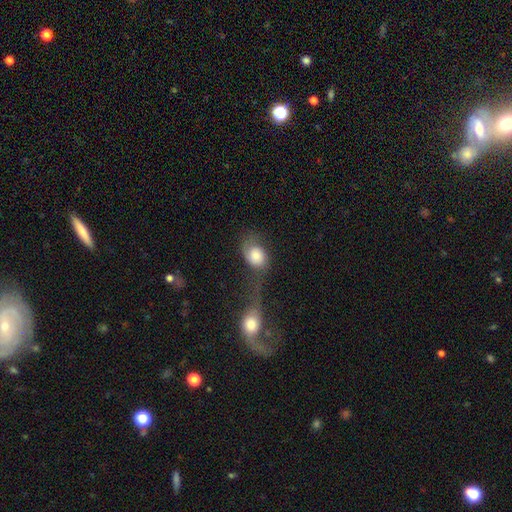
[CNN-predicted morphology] Smooth or featured? smooth (64%)
How rounded? in between (55%)
Merging? merger (42%)